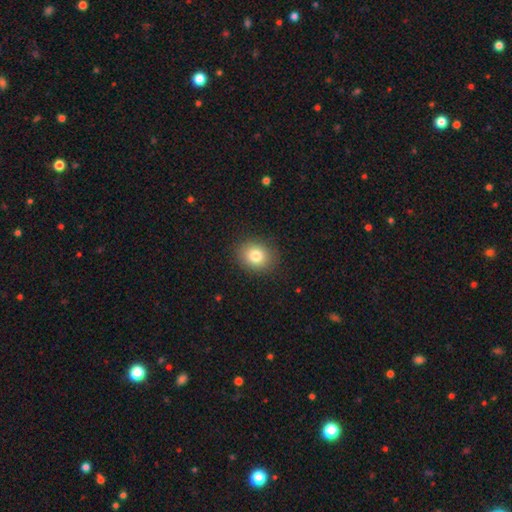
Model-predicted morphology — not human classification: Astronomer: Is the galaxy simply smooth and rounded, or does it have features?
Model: smooth — 82%.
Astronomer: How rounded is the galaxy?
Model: round — 64%.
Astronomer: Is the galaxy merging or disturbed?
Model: none — 89%.